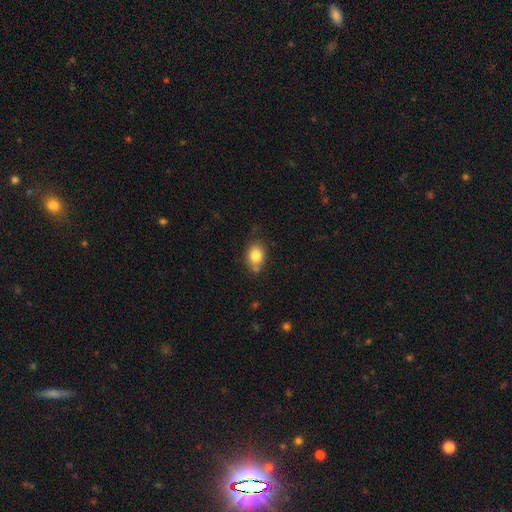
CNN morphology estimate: Overall: smooth (82%). How rounded: in between (63%; round 35%). Merging: none (70%).